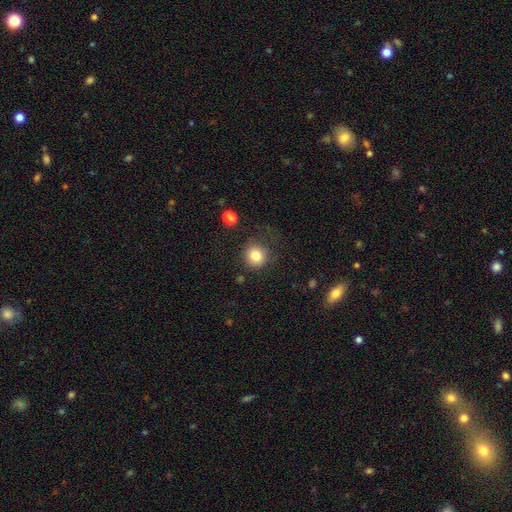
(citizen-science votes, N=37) smooth_or_featured: smooth (p=0.76) [alt: featured or disk p=0.19]
how_rounded: round (p=0.96) [alt: in between p=0.04]
merging: none (p=0.74) [alt: minor disturbance p=0.23]